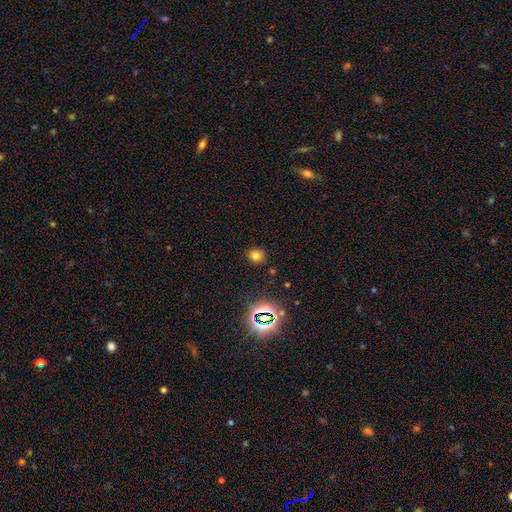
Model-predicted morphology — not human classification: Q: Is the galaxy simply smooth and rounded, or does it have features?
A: smooth — 71%.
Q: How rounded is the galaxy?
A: round — 78%.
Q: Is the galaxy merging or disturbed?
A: none — 84%.